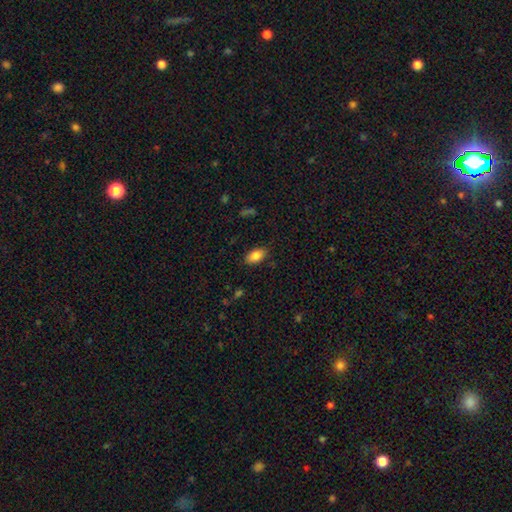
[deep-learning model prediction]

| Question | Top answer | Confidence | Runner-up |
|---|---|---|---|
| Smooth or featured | smooth | 85% | featured or disk (8%) |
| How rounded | in between | 92% | round (5%) |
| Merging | none | 86% | minor disturbance (11%) |